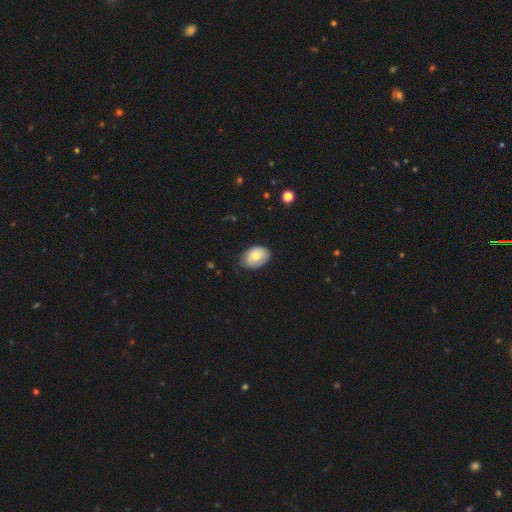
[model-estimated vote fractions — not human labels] Smooth or featured?
  - smooth: 72% *
  - featured or disk: 22%
  - star or artifact: 7%
How rounded?
  - in between: 82% *
  - round: 17%
  - cigar-shaped: 1%
Merging?
  - none: 73% *
  - minor disturbance: 22%
  - major disturbance: 4%
  - merger: 1%